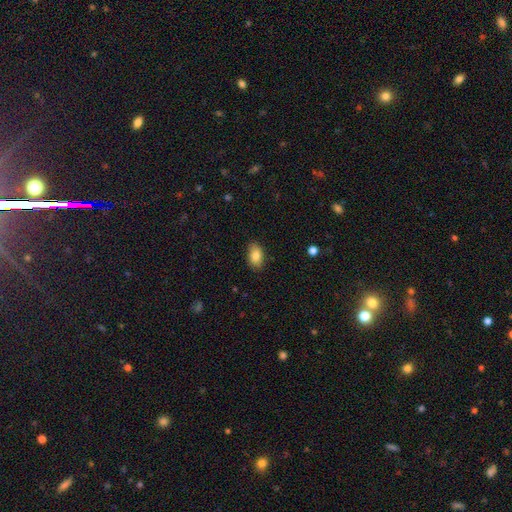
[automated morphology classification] Smooth or featured? Predicted: smooth (p=0.82). How rounded? Predicted: in between (p=0.90). Merging? Predicted: none (p=0.84).